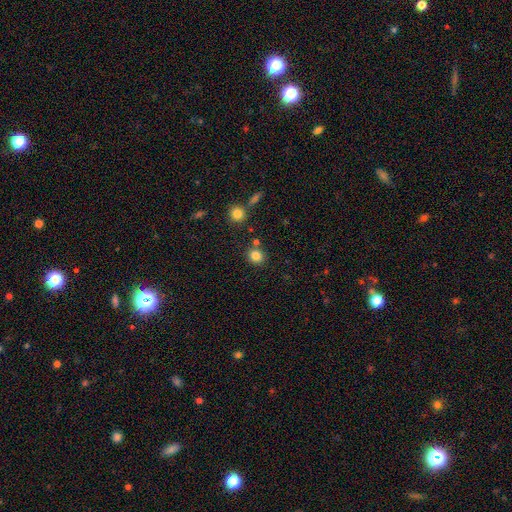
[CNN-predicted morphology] smooth 83%, star or artifact 11%, featured or disk 6%. Down the decision tree: how rounded — round (83%); merging — none (80%).